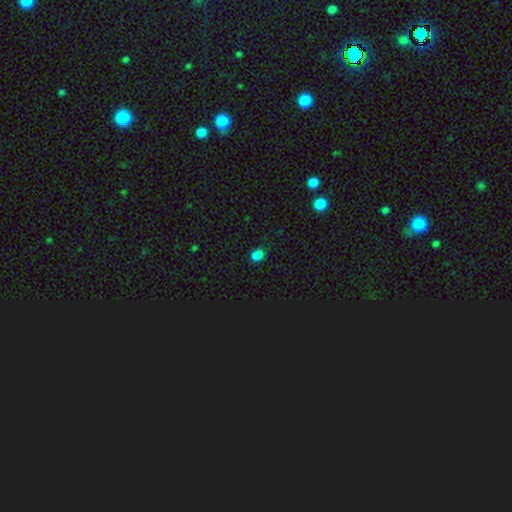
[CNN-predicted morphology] This is likely a smooth galaxy (78%). How rounded: likely in between (61%). Merging: likely none (78%).